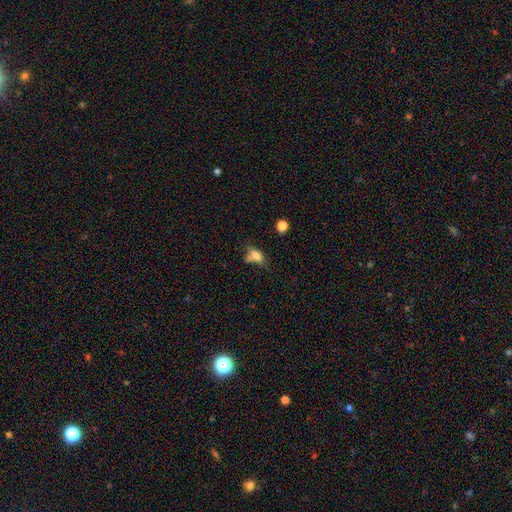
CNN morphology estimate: Smooth or featured?
  - smooth: 70% *
  - featured or disk: 18%
  - star or artifact: 12%
How rounded?
  - in between: 79% *
  - round: 11%
  - cigar-shaped: 11%
Merging?
  - none: 41% *
  - minor disturbance: 26%
  - merger: 18%
  - major disturbance: 15%